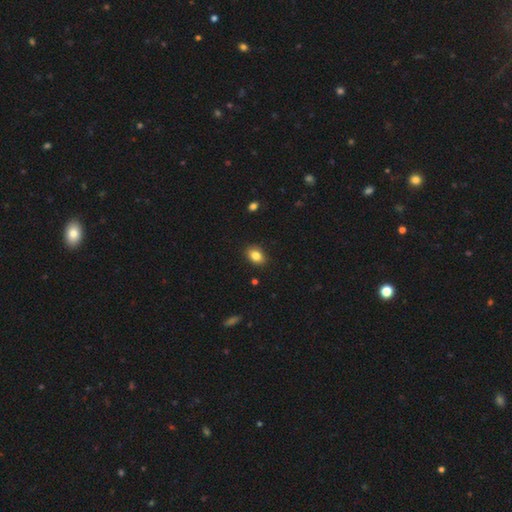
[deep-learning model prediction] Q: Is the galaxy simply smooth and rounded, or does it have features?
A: smooth — 83%.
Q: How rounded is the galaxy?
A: in between — 74%.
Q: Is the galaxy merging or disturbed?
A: none — 87%.